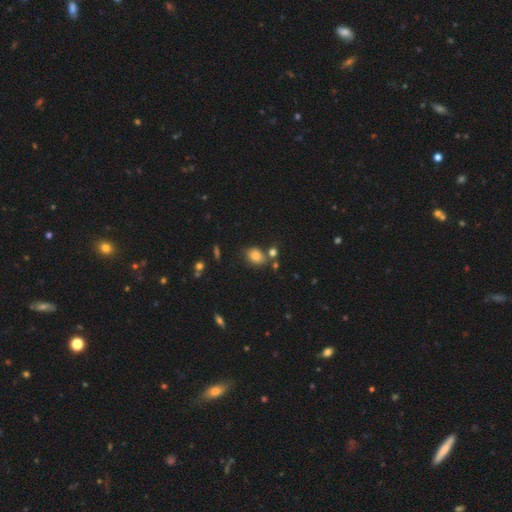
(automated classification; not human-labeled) smooth_or_featured: smooth (p=0.81) [alt: star or artifact p=0.12]
how_rounded: in between (p=0.65) [alt: round p=0.34]
merging: none (p=0.64) [alt: merger p=0.16]